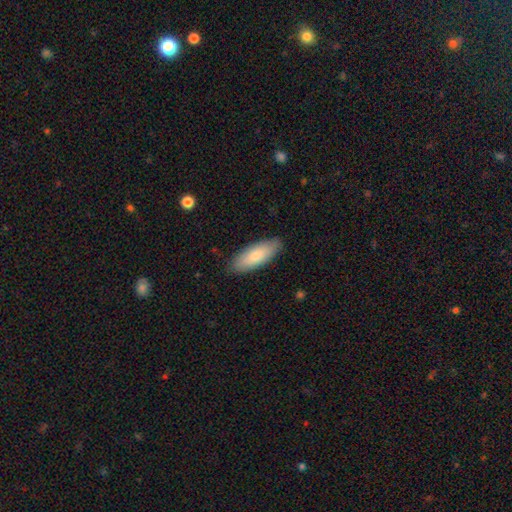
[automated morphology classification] This is clearly a smooth galaxy (82%). How rounded: likely in between (70%). Merging: clearly none (87%).